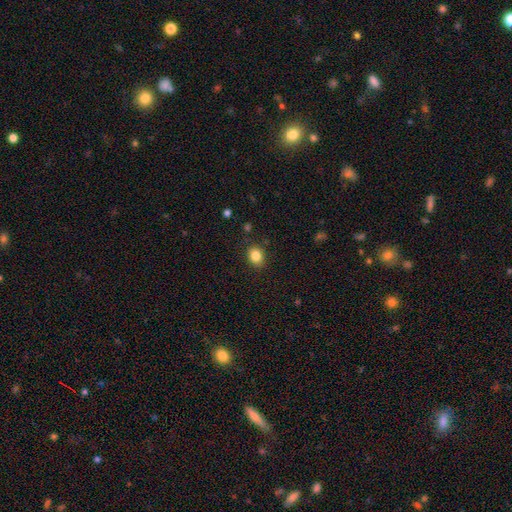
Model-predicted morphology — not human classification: A smooth galaxy with no disk features (84%) that is round (52%).

Vote fractions:
- Smooth or featured? smooth: 84% / star or artifact: 10% / featured or disk: 6%
- How rounded? round: 52% / in between: 47% / cigar-shaped: 1%
- Merging? none: 87% / minor disturbance: 9% / major disturbance: 2% / merger: 1%